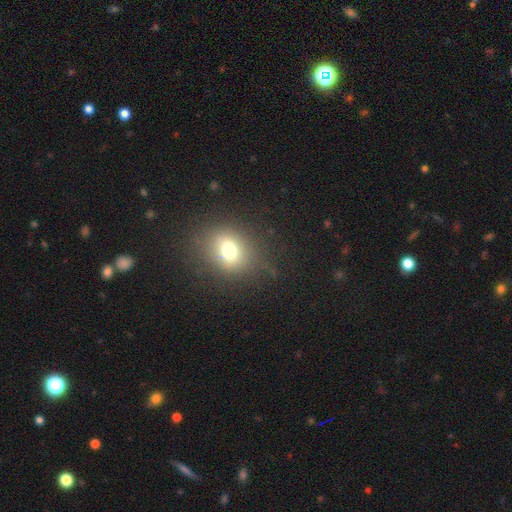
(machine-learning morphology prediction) A smooth galaxy with no disk features (67%) that is in between round and cigar-shaped (49%, tied with round). Merging: none (86%).